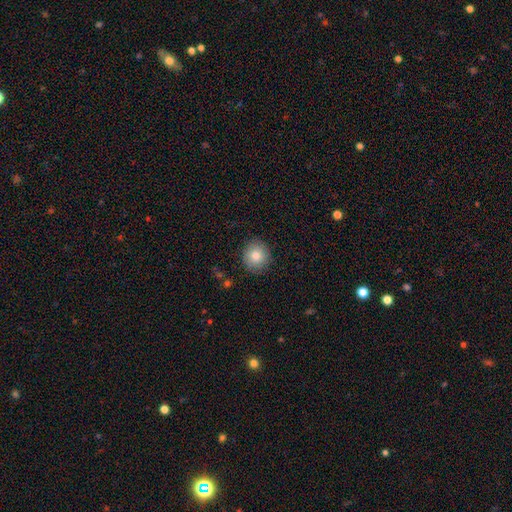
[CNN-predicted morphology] Smooth or featured?
  - smooth: 82% *
  - featured or disk: 9%
  - star or artifact: 9%
How rounded?
  - round: 88% *
  - in between: 11%
  - cigar-shaped: 1%
Merging?
  - none: 87% *
  - minor disturbance: 9%
  - major disturbance: 2%
  - merger: 1%